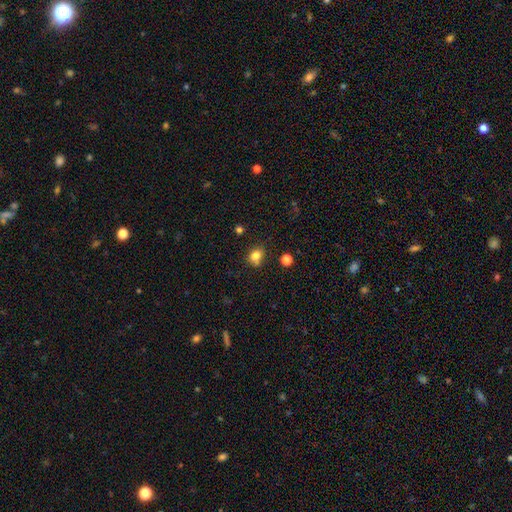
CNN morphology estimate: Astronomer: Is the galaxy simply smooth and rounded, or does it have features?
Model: smooth — 80%.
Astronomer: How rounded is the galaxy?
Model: round — 59% (runner-up: in between, 40%).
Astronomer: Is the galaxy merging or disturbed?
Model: none — 66%.